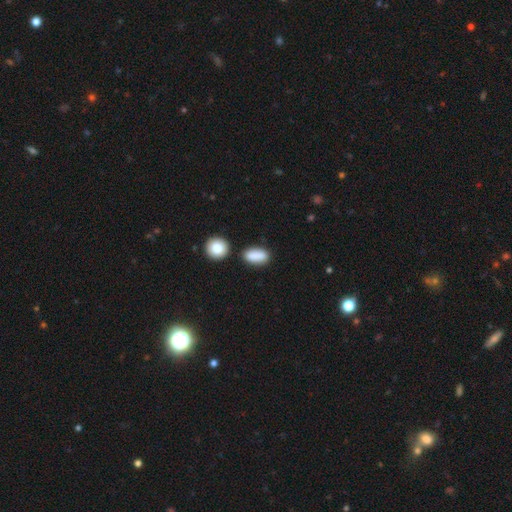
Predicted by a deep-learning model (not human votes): smooth_or_featured: smooth (p=0.88) [alt: star or artifact p=0.07]
how_rounded: in between (p=0.84) [alt: cigar-shaped p=0.09]
merging: none (p=0.78) [alt: minor disturbance p=0.13]